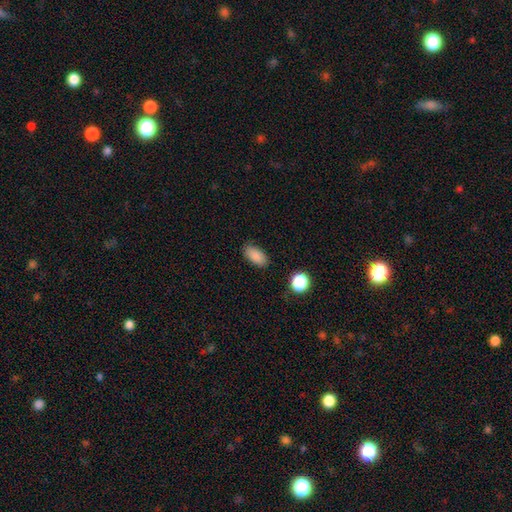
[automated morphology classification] type=smooth (87%); roundness=in between (91%); merging=none (85%).